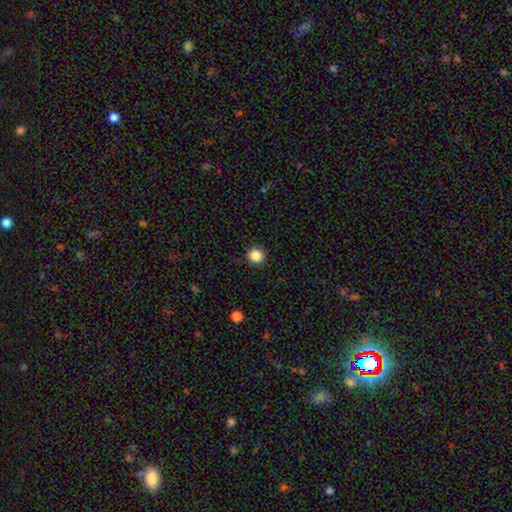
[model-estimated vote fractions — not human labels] This appears to be a smooth galaxy with no disk features (87%) that is round (92%). Merging: none (92%).